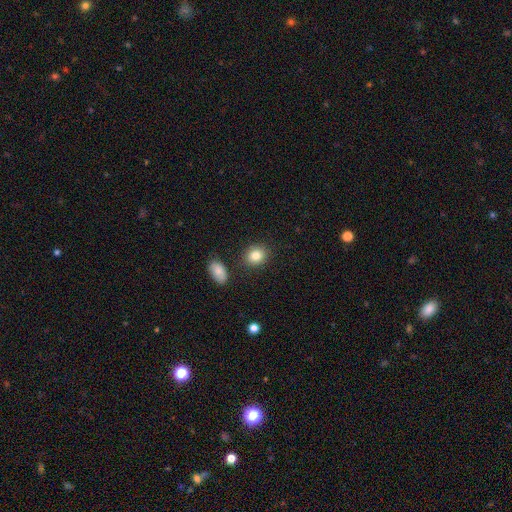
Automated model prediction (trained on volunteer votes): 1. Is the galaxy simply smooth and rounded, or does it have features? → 83% smooth, 9% star or artifact, 8% featured or disk.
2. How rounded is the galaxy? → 61% round, 38% in between, 1% cigar-shaped.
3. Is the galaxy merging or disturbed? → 83% none, 9% minor disturbance, 5% merger, 3% major disturbance.